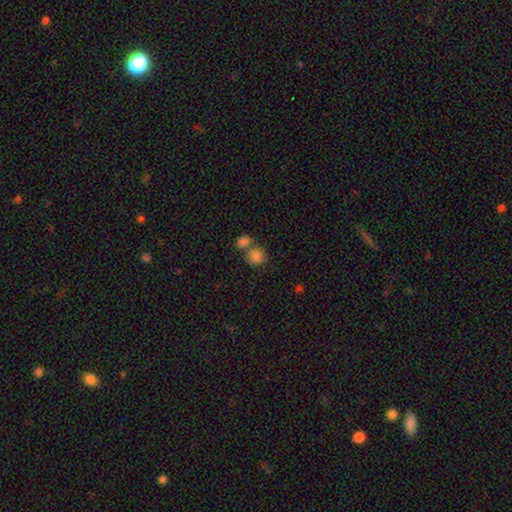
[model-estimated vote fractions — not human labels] The model was most divided on "merging": merger: 45%, none: 41%, minor disturbance: 10%, major disturbance: 4%. More confident: smooth or featured — smooth (83%); how rounded — round (74%).